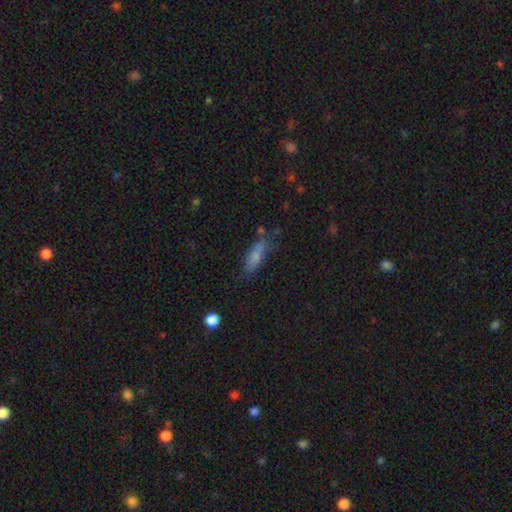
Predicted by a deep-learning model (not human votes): The model was most divided on "how rounded": cigar-shaped: 50%, in between: 47%, round: 2%. More confident: smooth or featured — smooth (76%); merging — none (64%).